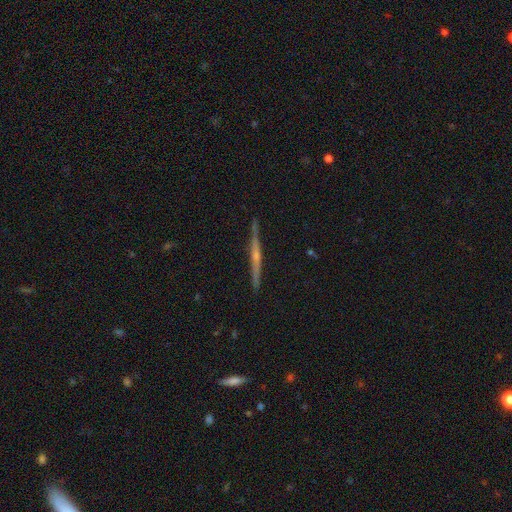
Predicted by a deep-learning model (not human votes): The model was most divided on "edge-on bulge": rounded: 70%, none: 21%, boxy: 8%. More confident: edge-on disk — yes (98%); merging — none (92%); smooth or featured — featured or disk (80%).